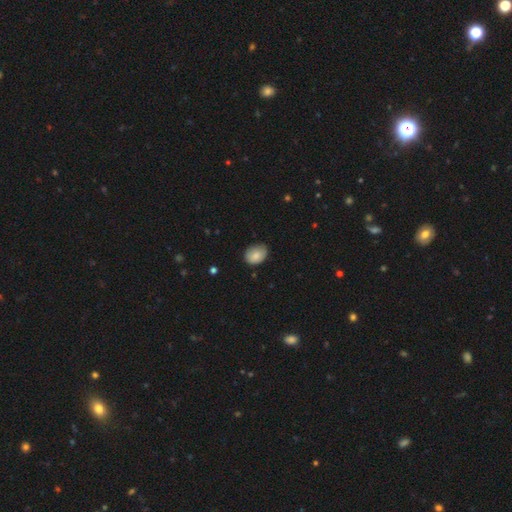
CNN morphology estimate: Smooth or featured: smooth — 83% (featured or disk — 9%)
How rounded: in between — 67% (round — 32%)
Merging: none — 72% (minor disturbance — 24%)